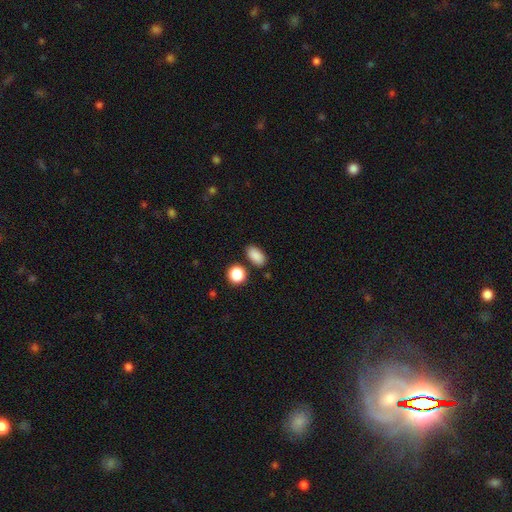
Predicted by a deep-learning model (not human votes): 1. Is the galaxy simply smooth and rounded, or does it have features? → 87% smooth, 9% star or artifact, 4% featured or disk.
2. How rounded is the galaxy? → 88% in between, 9% round, 3% cigar-shaped.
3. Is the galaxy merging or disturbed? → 82% none, 10% minor disturbance, 5% merger, 3% major disturbance.